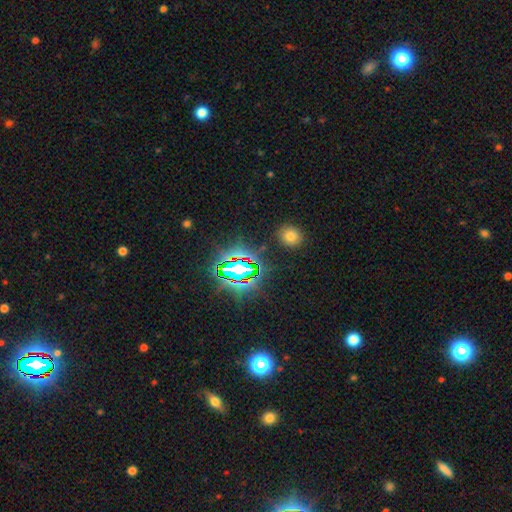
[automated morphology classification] A star or artifact, not a galaxy (80%).